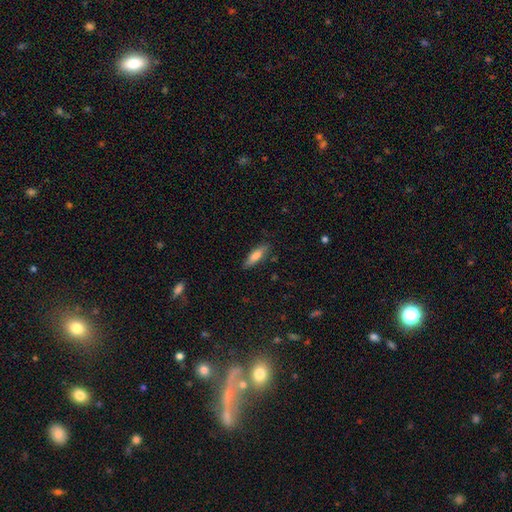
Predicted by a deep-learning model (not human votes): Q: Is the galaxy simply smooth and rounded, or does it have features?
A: smooth — 75%.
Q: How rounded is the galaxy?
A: cigar-shaped — 53%.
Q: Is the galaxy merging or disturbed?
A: none — 81%.